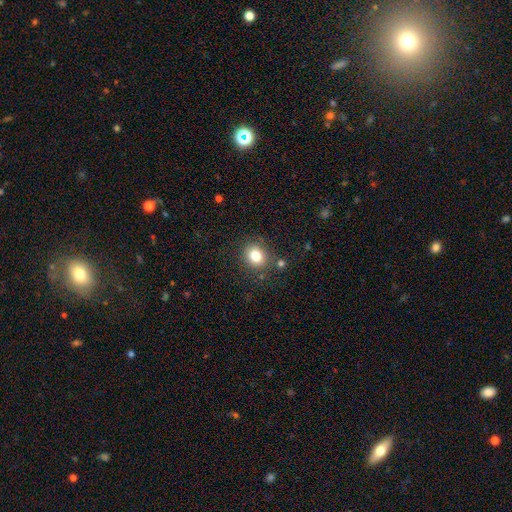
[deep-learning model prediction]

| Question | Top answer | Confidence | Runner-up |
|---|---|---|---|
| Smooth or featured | smooth | 81% | star or artifact (11%) |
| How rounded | round | 69% | in between (30%) |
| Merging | none | 81% | minor disturbance (11%) |